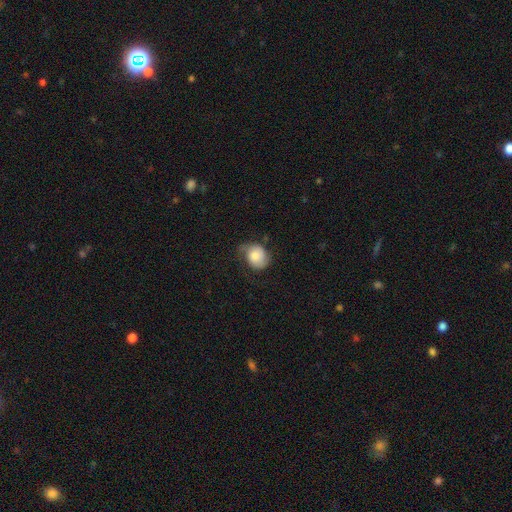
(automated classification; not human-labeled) A smooth galaxy with no disk features (64%) that is round (59%).

Vote fractions:
- Smooth or featured? smooth: 64% / featured or disk: 28% / star or artifact: 8%
- How rounded? round: 59% / in between: 40% / cigar-shaped: 1%
- Merging? none: 43% / minor disturbance: 35% / major disturbance: 20% / merger: 2%